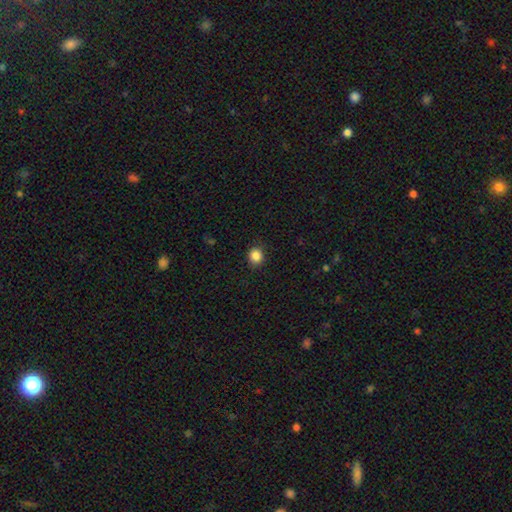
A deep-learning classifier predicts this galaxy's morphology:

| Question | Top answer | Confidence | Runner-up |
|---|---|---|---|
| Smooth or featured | smooth | 86% | star or artifact (10%) |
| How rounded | round | 81% | in between (18%) |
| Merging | none | 88% | minor disturbance (8%) |